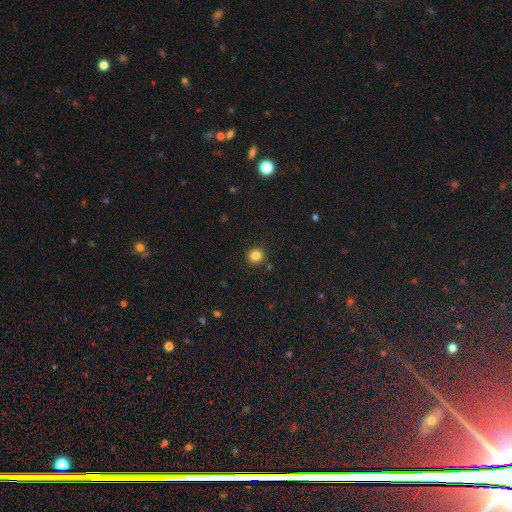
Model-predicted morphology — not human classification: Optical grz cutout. It shows a smooth galaxy with no disk features (83%) that is round (90%). Merging: none (89%).